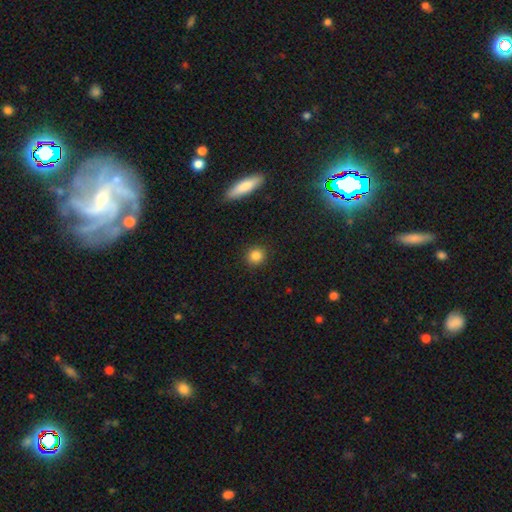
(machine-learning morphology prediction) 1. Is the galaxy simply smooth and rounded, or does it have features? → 85% smooth, 10% star or artifact, 5% featured or disk.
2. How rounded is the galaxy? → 89% round, 9% in between, 1% cigar-shaped.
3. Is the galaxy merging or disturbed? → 90% none, 6% minor disturbance, 2% major disturbance, 1% merger.